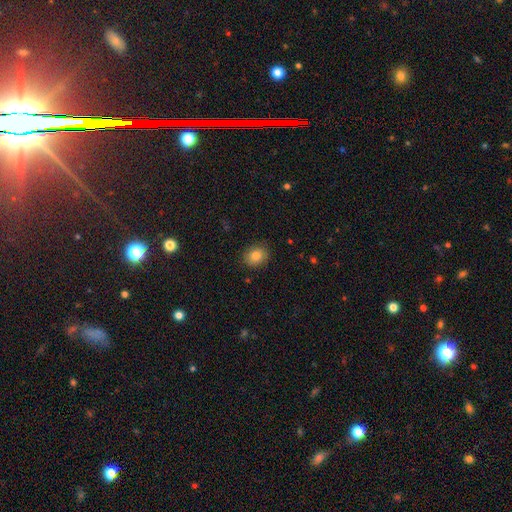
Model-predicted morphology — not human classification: This is clearly a smooth galaxy (84%). How rounded: possibly round (58%). Merging: clearly none (86%).